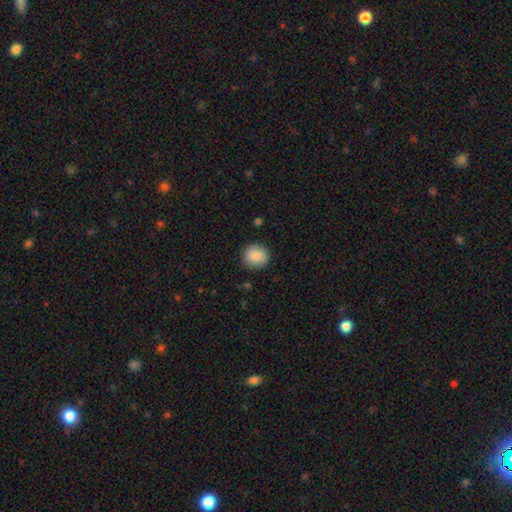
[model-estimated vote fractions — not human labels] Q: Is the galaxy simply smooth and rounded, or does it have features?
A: smooth — 88%.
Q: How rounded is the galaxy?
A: round — 85%.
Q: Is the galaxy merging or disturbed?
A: none — 89%.